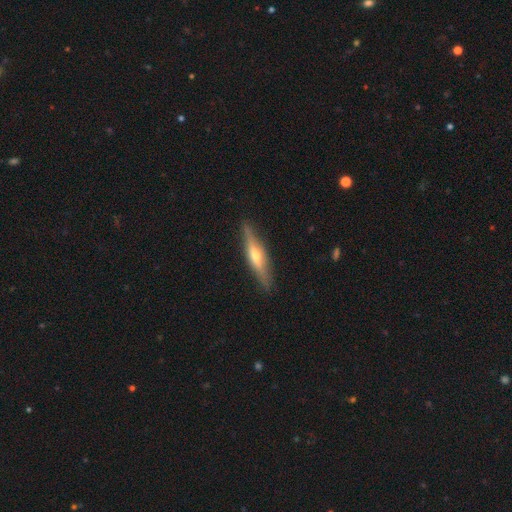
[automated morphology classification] The model was most divided on "smooth or featured": featured or disk: 68%, smooth: 26%, star or artifact: 6%. More confident: edge-on disk — yes (95%); merging — none (87%); edge-on bulge — rounded (84%).